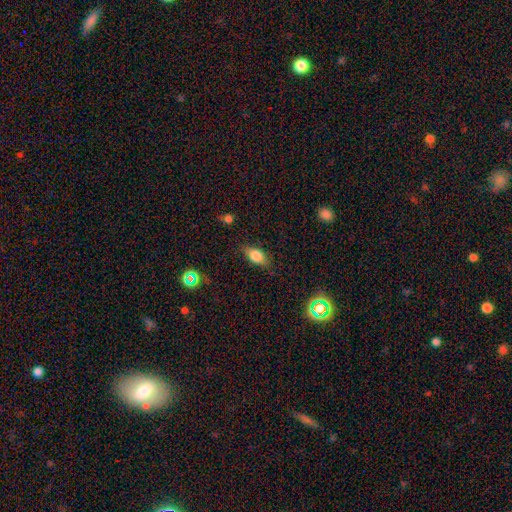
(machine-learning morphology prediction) Smooth or featured? smooth (75%)
How rounded? in between (84%)
Merging? none (78%)